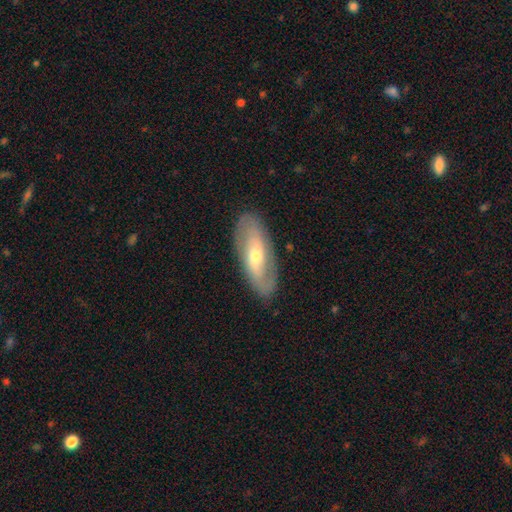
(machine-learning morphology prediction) Smooth or featured? Predicted: featured or disk (p=0.62). Edge-on disk? Predicted: no (p=0.84). Bar? Predicted: no (p=0.46). Spiral arms? Predicted: yes (p=0.65). Bulge size? Predicted: moderate (p=0.56). Merging? Predicted: none (p=0.85).